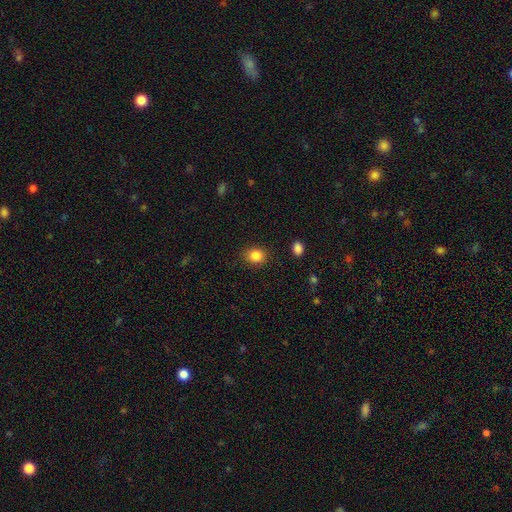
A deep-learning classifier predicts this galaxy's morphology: Smooth or featured?
  - smooth: 86% *
  - star or artifact: 10%
  - featured or disk: 4%
How rounded?
  - round: 69% *
  - in between: 30%
  - cigar-shaped: 1%
Merging?
  - none: 87% *
  - minor disturbance: 9%
  - major disturbance: 3%
  - merger: 1%